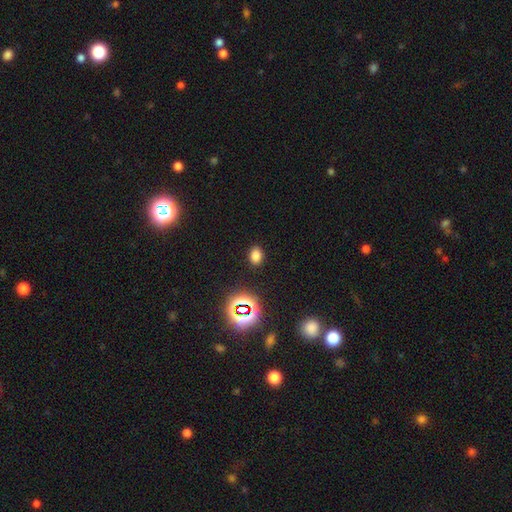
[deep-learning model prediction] Q: Smooth or featured?
A: smooth (74%); runner-up: star or artifact (20%)
Q: How rounded?
A: in between (69%); runner-up: round (30%)
Q: Merging?
A: none (88%); runner-up: minor disturbance (8%)